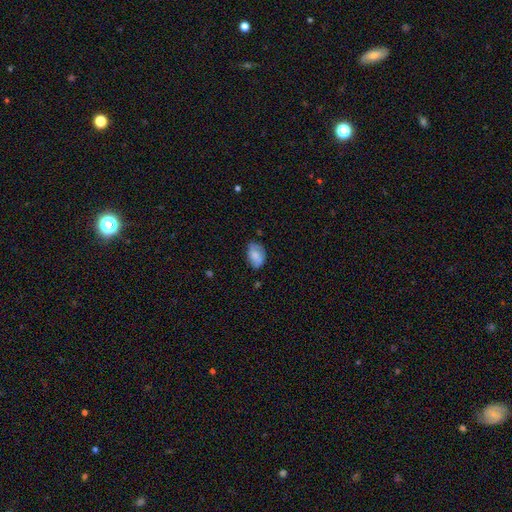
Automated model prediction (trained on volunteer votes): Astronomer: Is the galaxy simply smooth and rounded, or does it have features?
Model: smooth — 74%.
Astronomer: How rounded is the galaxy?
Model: in between — 88%.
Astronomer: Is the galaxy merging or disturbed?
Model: none — 68%.